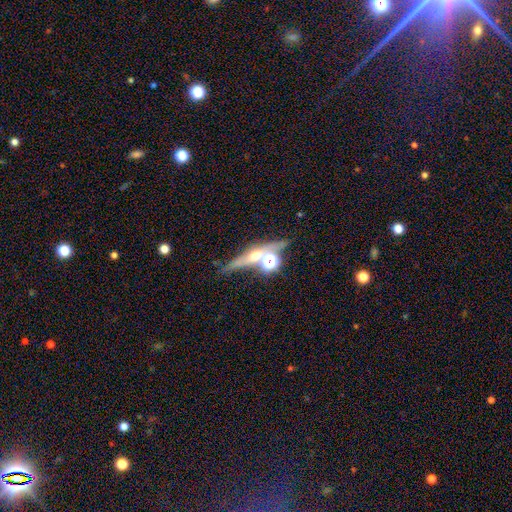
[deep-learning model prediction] Smooth or featured? featured or disk (47%)
Merging? none (62%)